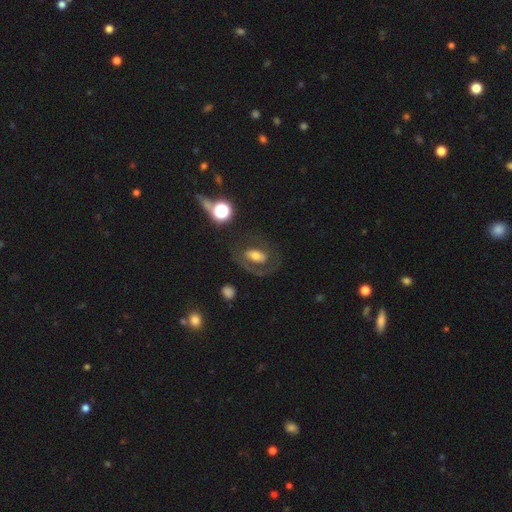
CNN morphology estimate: featured or disk 56%, smooth 35%, star or artifact 9%. Down the decision tree: edge-on disk — no (93%); bar — no (53%); spiral arms — no (55%); bulge size — moderate (55%); merging — none (61%).